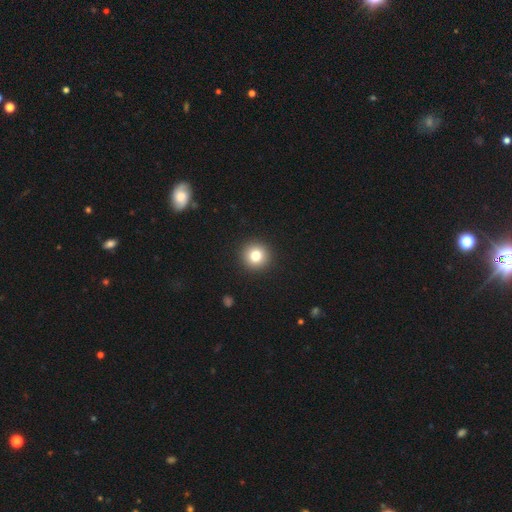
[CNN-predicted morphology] Q: Smooth or featured?
A: smooth (78%); runner-up: star or artifact (12%)
Q: How rounded?
A: round (95%); runner-up: in between (4%)
Q: Merging?
A: none (93%); runner-up: minor disturbance (4%)